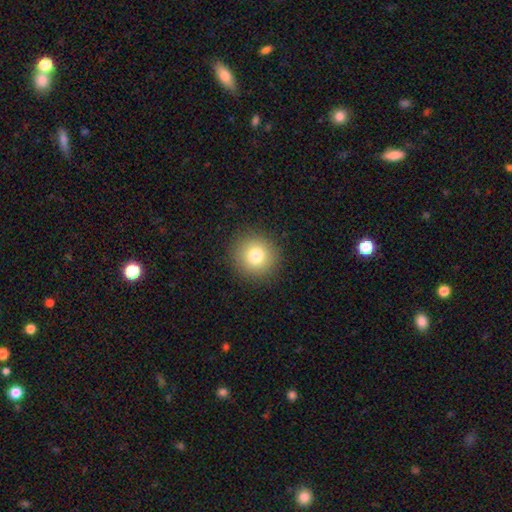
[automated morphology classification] Overall: smooth (79%). How rounded: round (94%). Merging: none (91%).